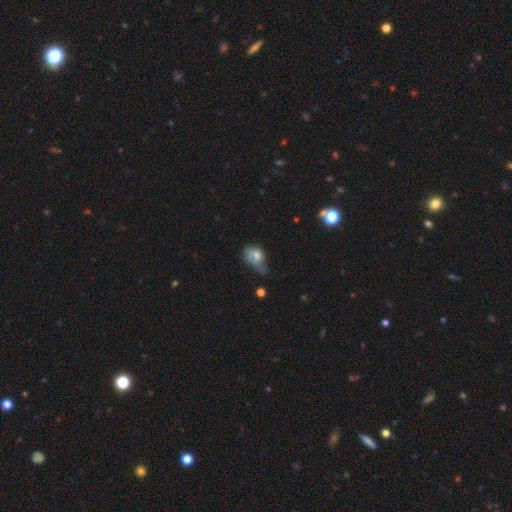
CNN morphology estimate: This is possibly a smooth galaxy (60%). How rounded: likely in between (71%). Merging: marginally major disturbance (39%).